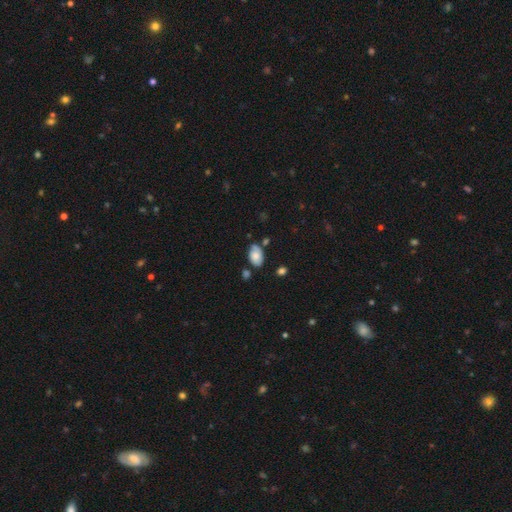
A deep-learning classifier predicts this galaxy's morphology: Overall: smooth (66%). How rounded: in between (89%). Merging: none (58%; minor disturbance 25%).